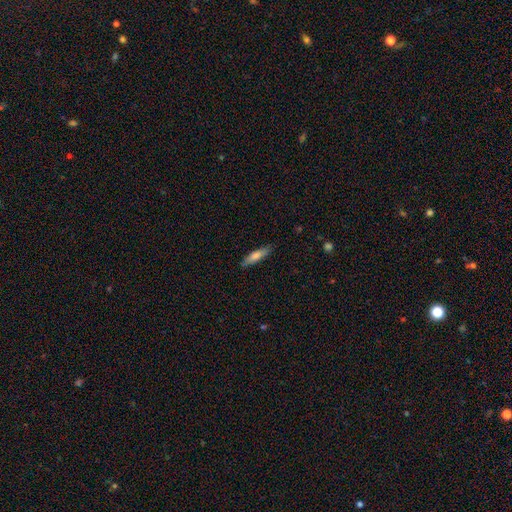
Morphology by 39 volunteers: Overall: smooth (54%; featured or disk 38%). How rounded: cigar-shaped (71%). Merging: none (75%).